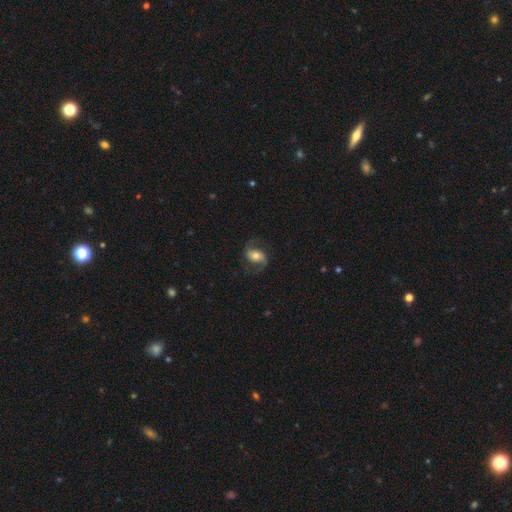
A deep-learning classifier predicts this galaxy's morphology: Smooth or featured? featured or disk (76%)
Edge-on disk? no (97%)
Bar? no (40%)
Spiral arms? yes (94%)
Spiral winding? loose (45%)
Spiral arm count? 2 (92%)
Bulge size? moderate (61%)
Merging? none (74%)